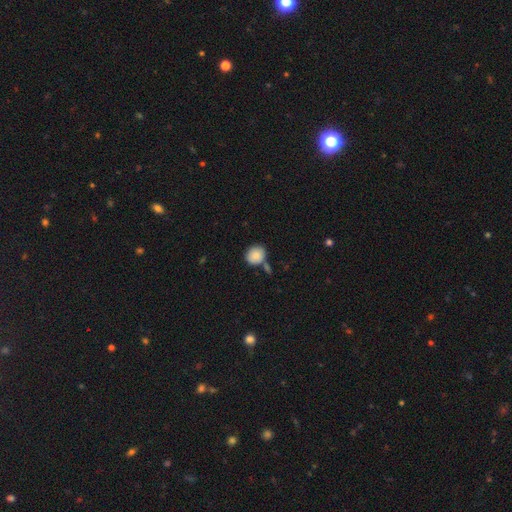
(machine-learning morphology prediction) smooth-or-featured: smooth: 85% | star or artifact: 8% | featured or disk: 6%
  how-rounded: round: 70% | in between: 29% | cigar-shaped: 1%
  merging: none: 67% | minor disturbance: 15% | merger: 14% | major disturbance: 4%